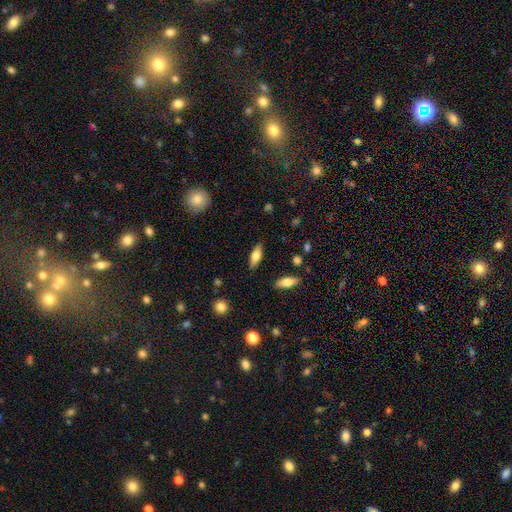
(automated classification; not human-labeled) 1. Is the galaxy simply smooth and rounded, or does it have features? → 62% smooth, 31% featured or disk, 7% star or artifact.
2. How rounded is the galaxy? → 61% in between, 36% cigar-shaped, 3% round.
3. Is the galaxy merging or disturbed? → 85% none, 11% minor disturbance, 3% major disturbance, 2% merger.